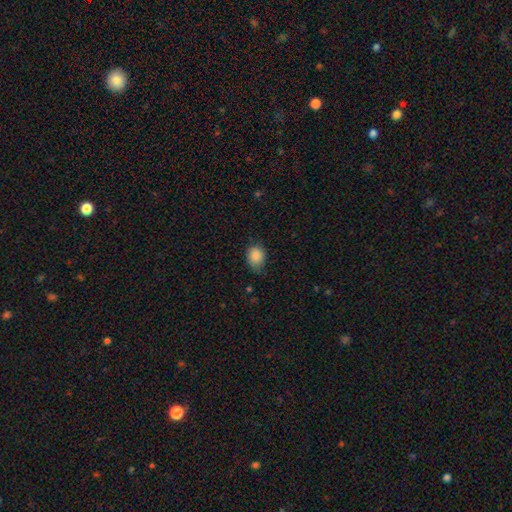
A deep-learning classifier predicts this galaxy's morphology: Smooth or featured: smooth — 87% (star or artifact — 9%)
How rounded: in between — 52% (round — 47%)
Merging: none — 69% (minor disturbance — 25%)